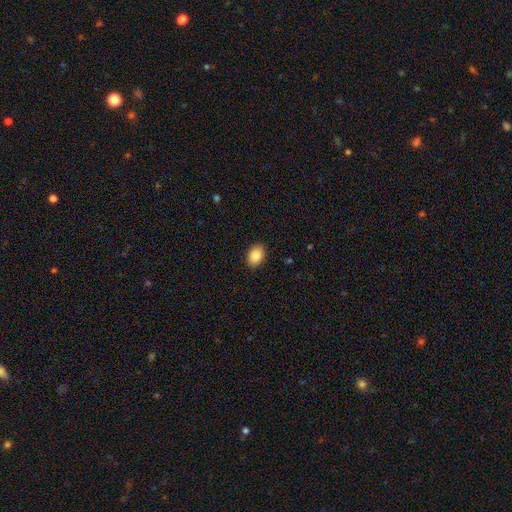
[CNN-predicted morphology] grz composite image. It shows a smooth galaxy with no disk features (86%) that is in between round and cigar-shaped (81%). Merging: none (90%).